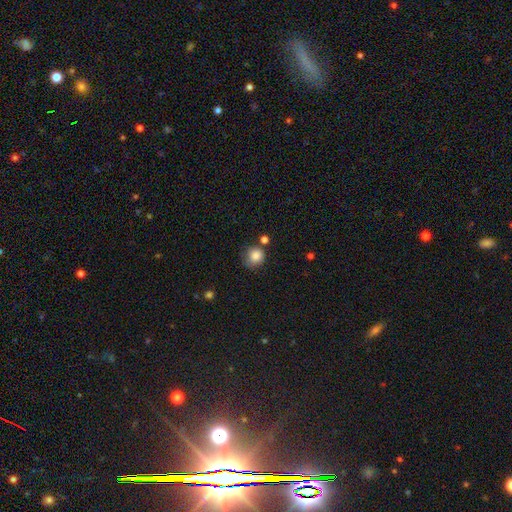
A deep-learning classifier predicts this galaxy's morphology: Smooth or featured?
  - smooth: 85% *
  - star or artifact: 10%
  - featured or disk: 5%
How rounded?
  - round: 88% *
  - in between: 11%
  - cigar-shaped: 1%
Merging?
  - none: 66% *
  - minor disturbance: 20%
  - merger: 9%
  - major disturbance: 6%